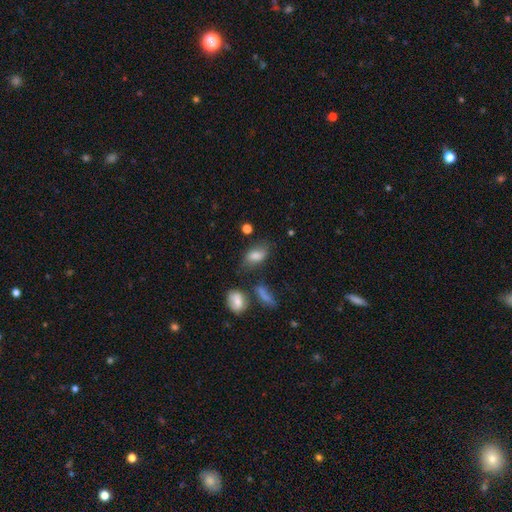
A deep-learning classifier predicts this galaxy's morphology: A smooth galaxy with no disk features (74%) that is in between round and cigar-shaped (89%).

Vote fractions:
- Smooth or featured? smooth: 74% / featured or disk: 16% / star or artifact: 10%
- How rounded? in between: 89% / round: 7% / cigar-shaped: 4%
- Merging? none: 62% / minor disturbance: 22% / major disturbance: 9% / merger: 7%